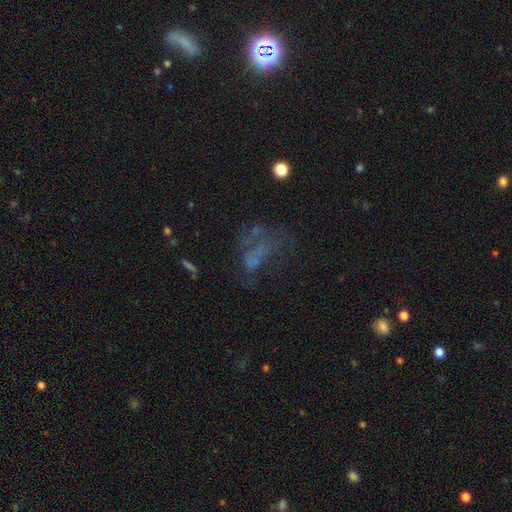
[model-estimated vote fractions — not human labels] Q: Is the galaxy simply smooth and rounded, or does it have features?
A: featured or disk — 43%.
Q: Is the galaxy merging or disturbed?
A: major disturbance — 41%.